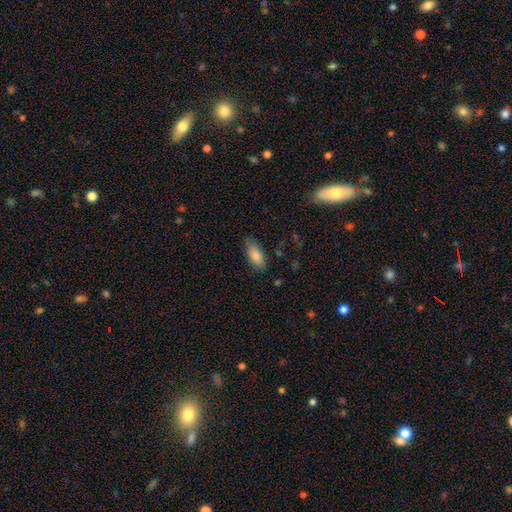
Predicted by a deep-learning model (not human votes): Smooth or featured: smooth — 84% (featured or disk — 10%)
How rounded: in between — 86% (cigar-shaped — 12%)
Merging: none — 75% (minor disturbance — 20%)